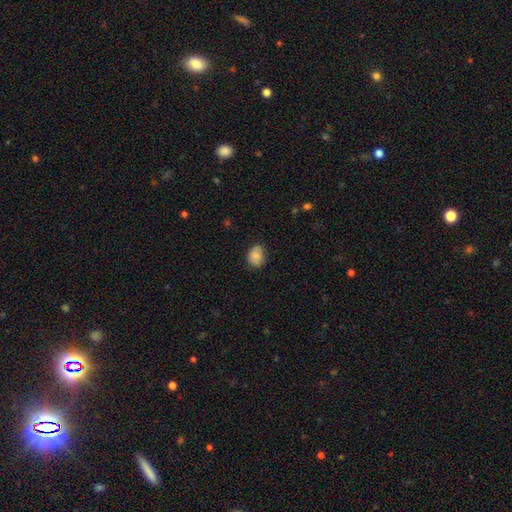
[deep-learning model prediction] A smooth galaxy with no disk features (78%) that is in between round and cigar-shaped (56%). Merging: none (68%).